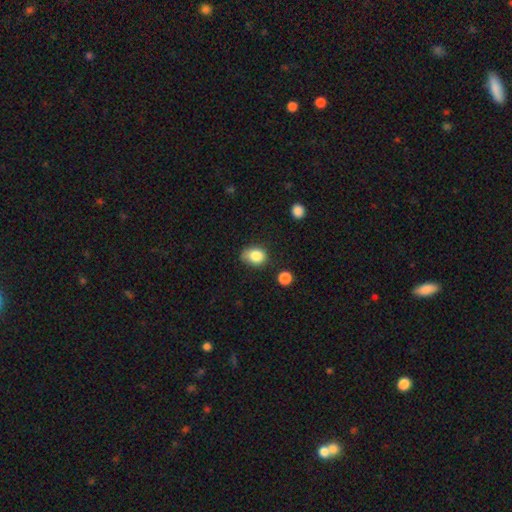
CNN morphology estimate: smooth_or_featured: smooth (p=0.84) [alt: star or artifact p=0.10]
how_rounded: in between (p=0.52) [alt: round p=0.47]
merging: none (p=0.57) [alt: minor disturbance p=0.32]